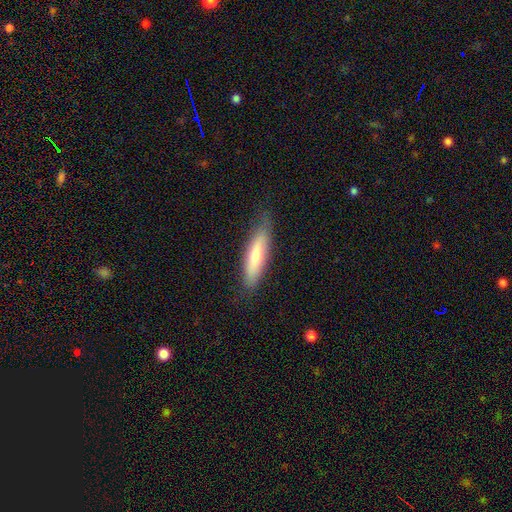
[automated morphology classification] Q: Smooth or featured?
A: smooth (59%); runner-up: featured or disk (34%)
Q: How rounded?
A: cigar-shaped (76%); runner-up: in between (22%)
Q: Merging?
A: none (80%); runner-up: minor disturbance (16%)